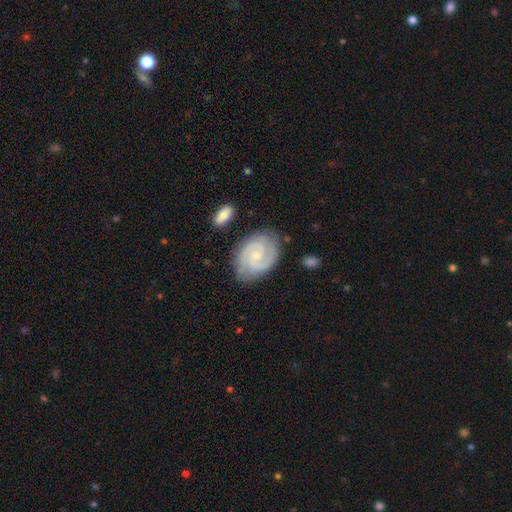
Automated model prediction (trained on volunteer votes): The model was most divided on "spiral winding": tight: 49%, medium: 41%, loose: 10%. More confident: edge-on disk — no (97%); spiral arms — yes (96%); smooth or featured — featured or disk (83%); merging — none (79%); spiral arm count — 2 (77%); bulge size — small (73%); bar — no (59%).